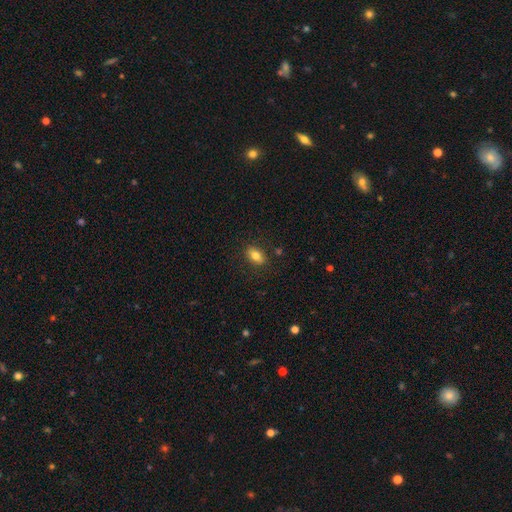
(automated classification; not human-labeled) This is likely a smooth galaxy (79%). How rounded: clearly in between (84%). Merging: clearly none (84%).